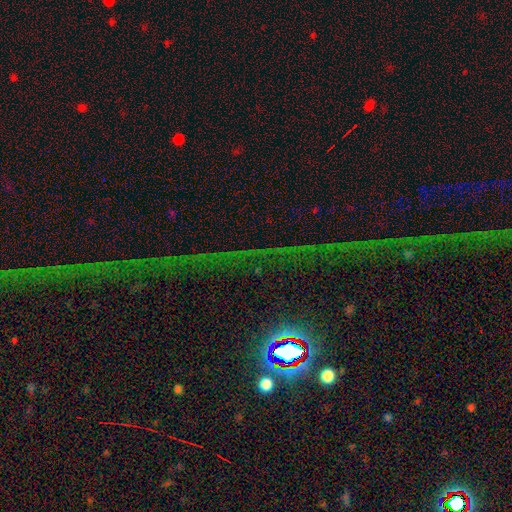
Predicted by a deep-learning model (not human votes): Q: Smooth or featured?
A: star or artifact (80%); runner-up: featured or disk (11%)